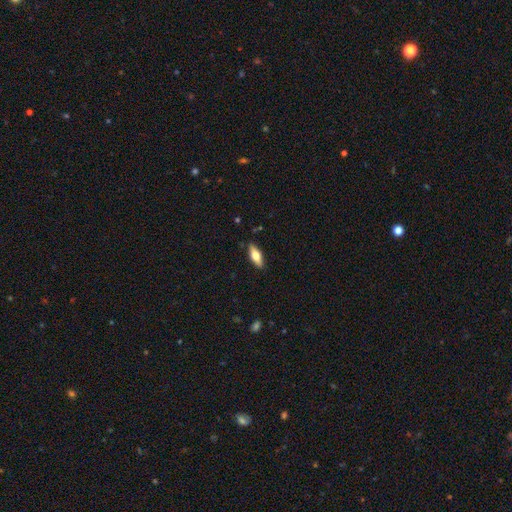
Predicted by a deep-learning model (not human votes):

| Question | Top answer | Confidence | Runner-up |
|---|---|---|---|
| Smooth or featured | smooth | 61% | featured or disk (33%) |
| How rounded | in between | 65% | cigar-shaped (33%) |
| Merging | none | 88% | minor disturbance (9%) |